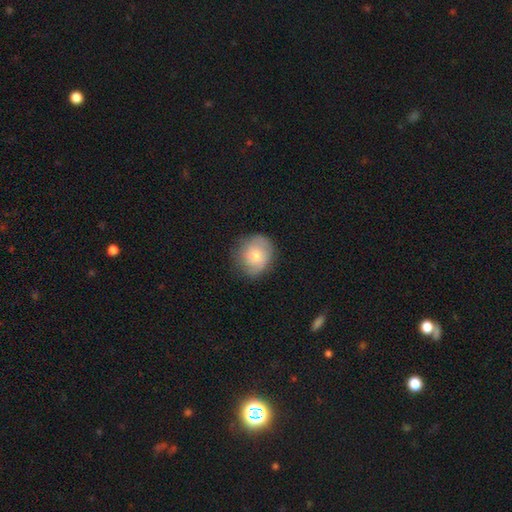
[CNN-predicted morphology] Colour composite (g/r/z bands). It shows a smooth galaxy with no disk features (64%) that is round (77%). Merging: none (75%).